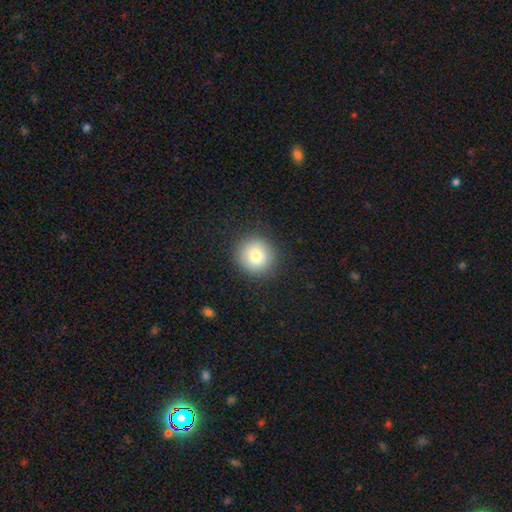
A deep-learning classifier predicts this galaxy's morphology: Smooth or featured? smooth (80%)
How rounded? round (94%)
Merging? none (90%)